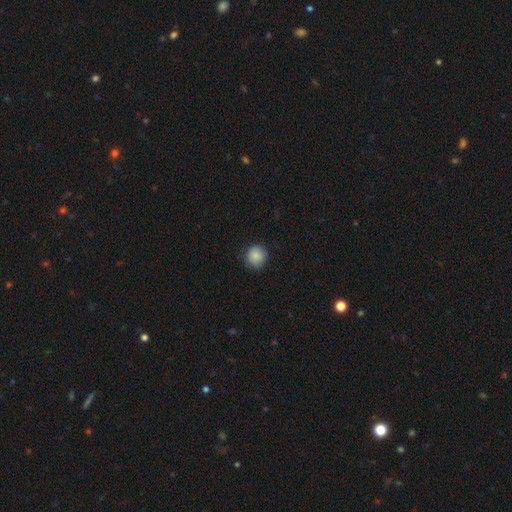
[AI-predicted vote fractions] smooth-or-featured: smooth: 87% | star or artifact: 8% | featured or disk: 5%
  how-rounded: round: 89% | in between: 10% | cigar-shaped: 1%
  merging: none: 83% | minor disturbance: 13% | major disturbance: 3% | merger: 1%